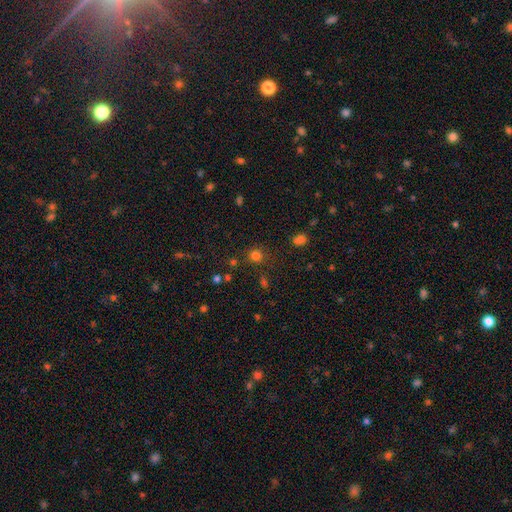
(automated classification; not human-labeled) The model was most divided on "smooth or featured": smooth: 74%, star or artifact: 21%, featured or disk: 5%. More confident: how rounded — round (91%); merging — none (81%).